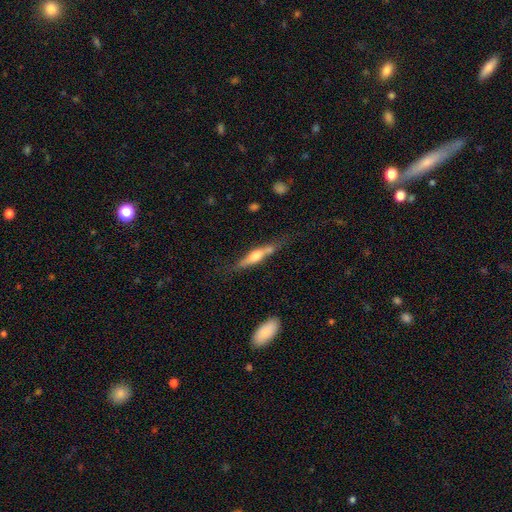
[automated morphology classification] This is possibly a featured or disk galaxy (58%). It is clearly viewed edge-on (92%). Edge-on bulge: clearly rounded (88%). Merging: likely none (62%).